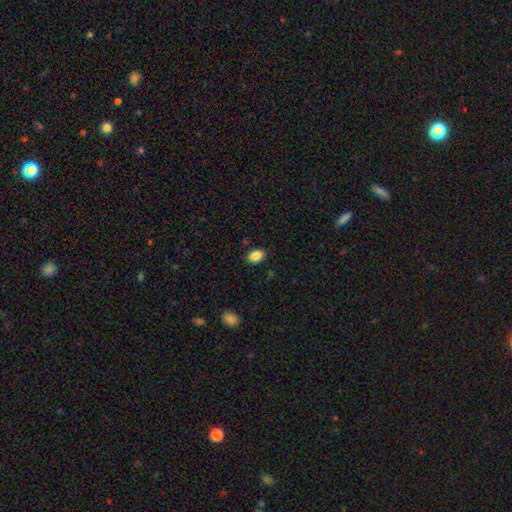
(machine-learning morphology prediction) Smooth or featured? Predicted: smooth (p=0.87). How rounded? Predicted: in between (p=0.84). Merging? Predicted: none (p=0.86).